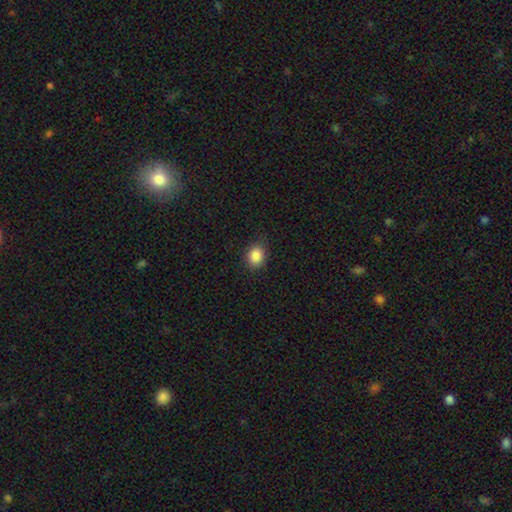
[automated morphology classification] Overall: smooth (87%). How rounded: round (51%; in between 48%). Merging: none (85%).